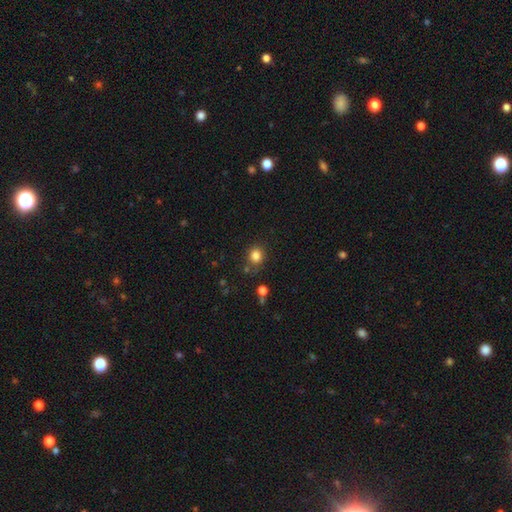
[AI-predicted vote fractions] Smooth or featured? smooth (83%)
How rounded? round (78%)
Merging? none (80%)